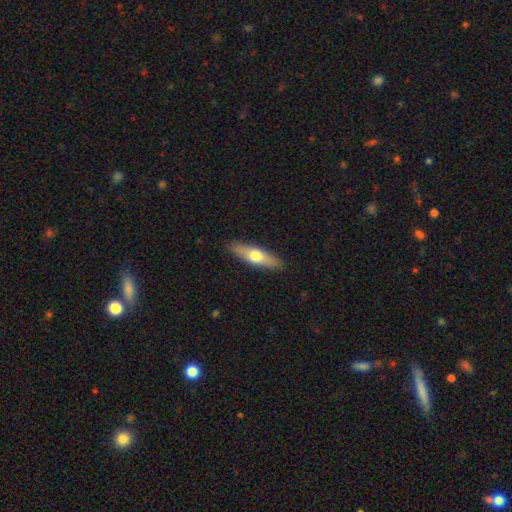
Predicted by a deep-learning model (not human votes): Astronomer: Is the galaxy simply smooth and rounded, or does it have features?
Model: smooth — 57% (runner-up: featured or disk, 38%).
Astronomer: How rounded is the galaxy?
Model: cigar-shaped — 61% (runner-up: in between, 37%).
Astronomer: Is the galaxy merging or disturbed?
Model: none — 89%.